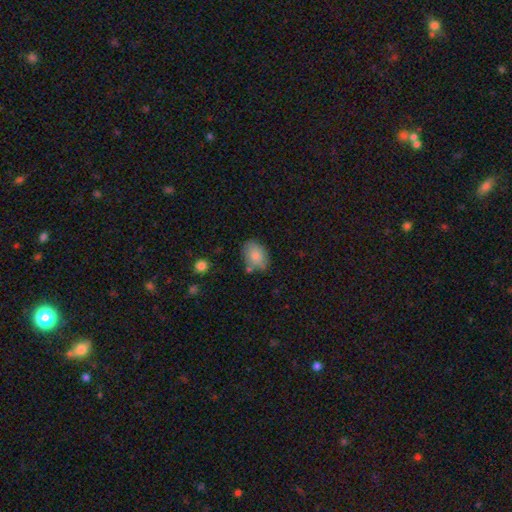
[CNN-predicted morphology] The model was most divided on "merging": none: 68%, minor disturbance: 21%, merger: 7%, major disturbance: 5%. More confident: smooth or featured — smooth (83%); how rounded — in between (80%).